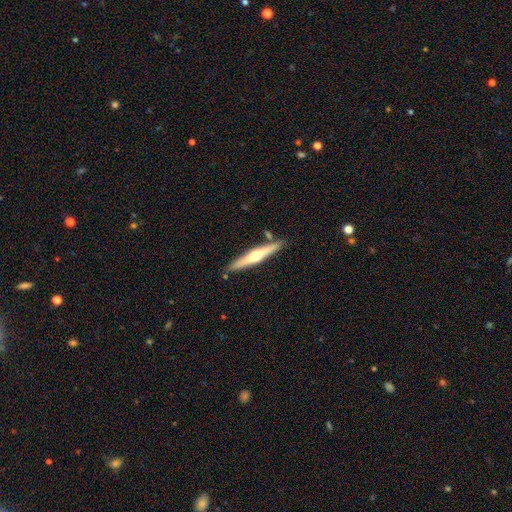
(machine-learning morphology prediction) A featured or disk galaxy (67%) viewed edge-on (97%) with a rounded central bulge (93%).

Vote fractions:
- Smooth or featured? featured or disk: 67% / smooth: 28% / star or artifact: 5%
- Edge-on disk? yes: 97% / no: 3%
- Edge-on bulge? rounded: 93% / none: 4% / boxy: 3%
- Merging? none: 86% / minor disturbance: 9% / merger: 4% / major disturbance: 2%